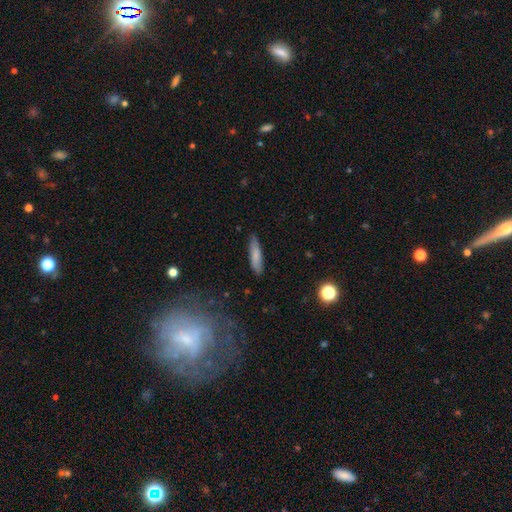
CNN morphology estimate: Smooth or featured? Predicted: smooth (p=0.80). How rounded? Predicted: cigar-shaped (p=0.76). Merging? Predicted: none (p=0.85).